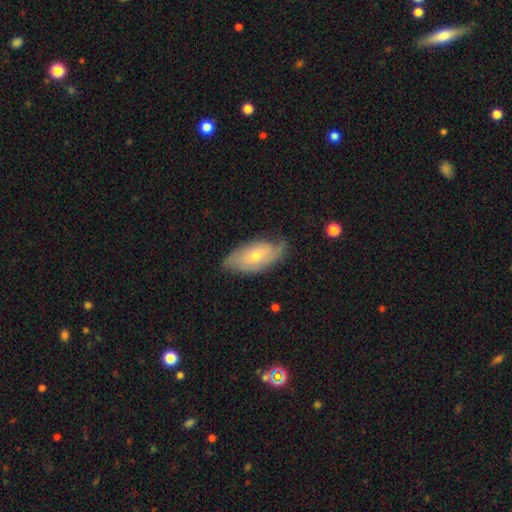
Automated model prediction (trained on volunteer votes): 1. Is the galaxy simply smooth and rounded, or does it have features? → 53% featured or disk, 41% smooth, 6% star or artifact.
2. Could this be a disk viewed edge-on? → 87% no, 13% yes.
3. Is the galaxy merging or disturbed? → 62% none, 28% minor disturbance, 8% major disturbance, 2% merger.